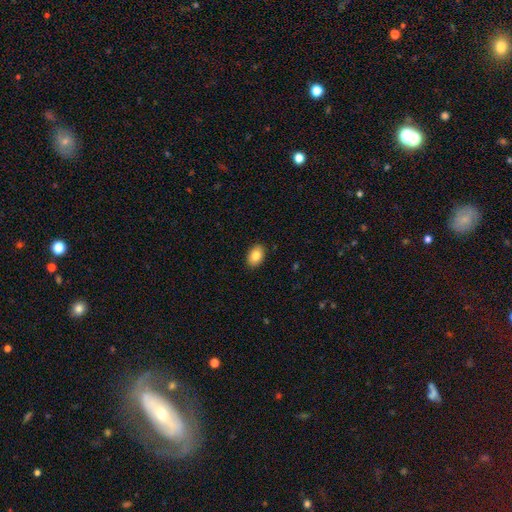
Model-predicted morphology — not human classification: smooth_or_featured: smooth (p=0.83) [alt: featured or disk p=0.09]
how_rounded: in between (p=0.82) [alt: round p=0.17]
merging: none (p=0.90) [alt: minor disturbance p=0.08]